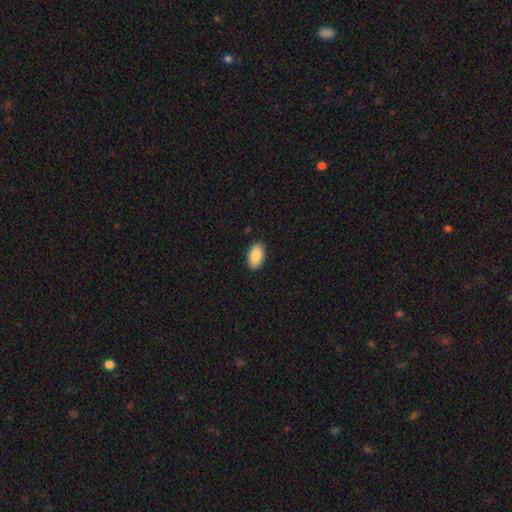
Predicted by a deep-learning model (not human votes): smooth 89%, star or artifact 7%, featured or disk 5%. Down the decision tree: how rounded — in between (95%); merging — none (89%).